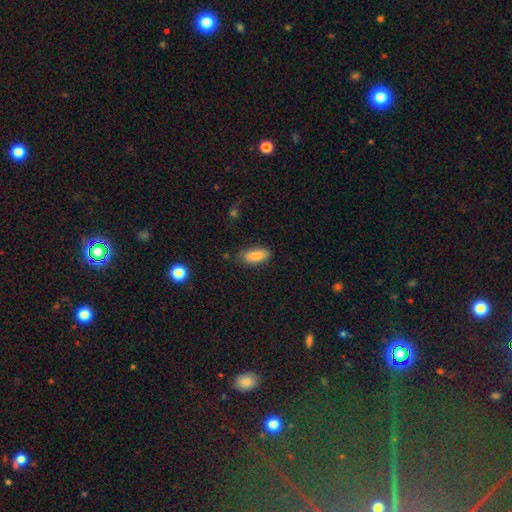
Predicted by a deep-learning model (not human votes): This is clearly a smooth galaxy (85%). How rounded: likely in between (78%). Merging: likely none (77%).